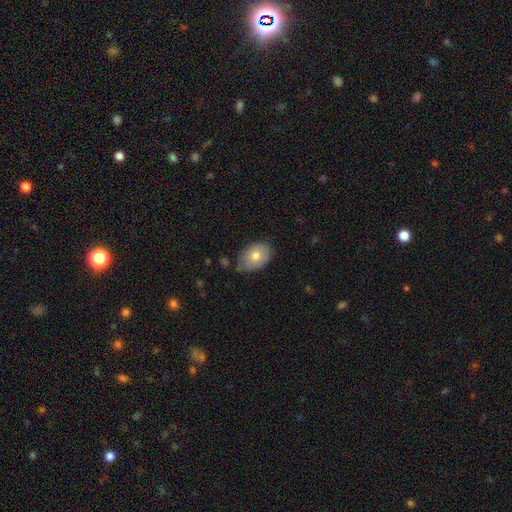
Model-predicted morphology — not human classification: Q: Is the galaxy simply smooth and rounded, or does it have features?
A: smooth — 74%.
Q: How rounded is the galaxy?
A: in between — 83%.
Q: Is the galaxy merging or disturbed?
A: none — 66%.